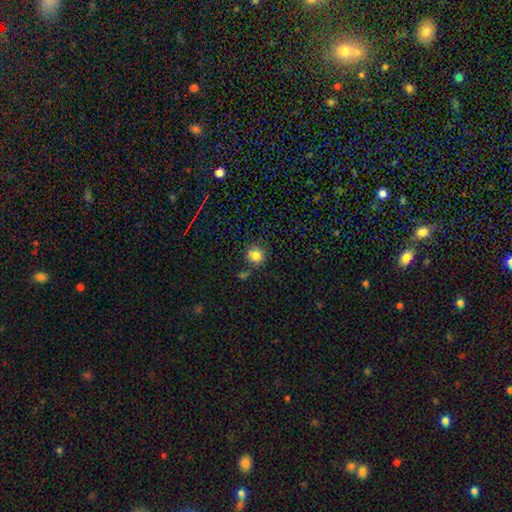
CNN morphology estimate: This appears to be a smooth galaxy with no disk features (81%) that is round (87%). Merging: none (71%).